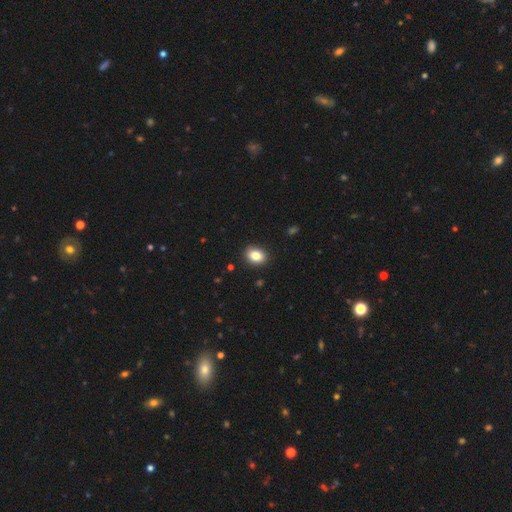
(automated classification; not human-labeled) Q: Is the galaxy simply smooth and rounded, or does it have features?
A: smooth — 84%.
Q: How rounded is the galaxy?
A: in between — 60%.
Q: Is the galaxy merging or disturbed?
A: none — 89%.